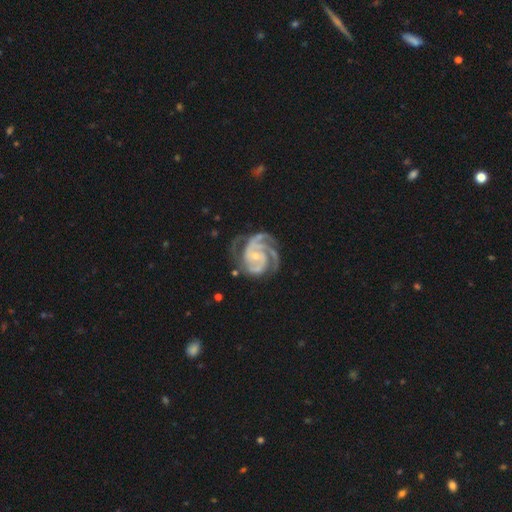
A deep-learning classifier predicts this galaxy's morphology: smooth_or_featured: featured or disk (p=0.93) [alt: star or artifact p=0.04]
disk_edge_on: no (p=0.98) [alt: yes p=0.02]
bar: no (p=0.63) [alt: weak p=0.27]
has_spiral_arms: yes (p=0.99) [alt: no p=0.01]
spiral_winding: tight (p=0.61) [alt: medium p=0.35]
spiral_arm_count: 3 (p=0.58) [alt: 4 p=0.16]
bulge_size: small (p=0.70) [alt: moderate p=0.25]
merging: none (p=0.66) [alt: minor disturbance p=0.20]